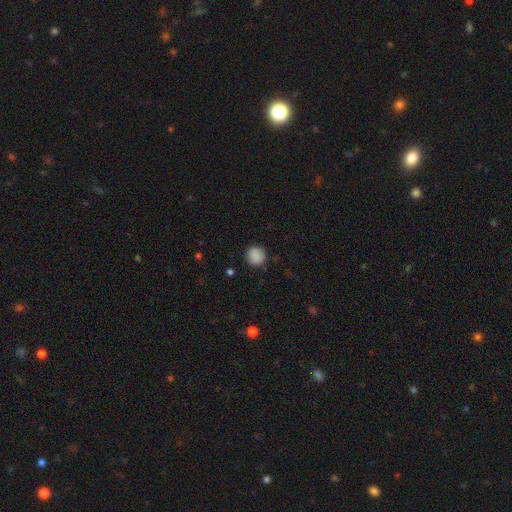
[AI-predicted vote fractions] Morphology: type=smooth (88%); roundness=round (90%); merging=none (88%).